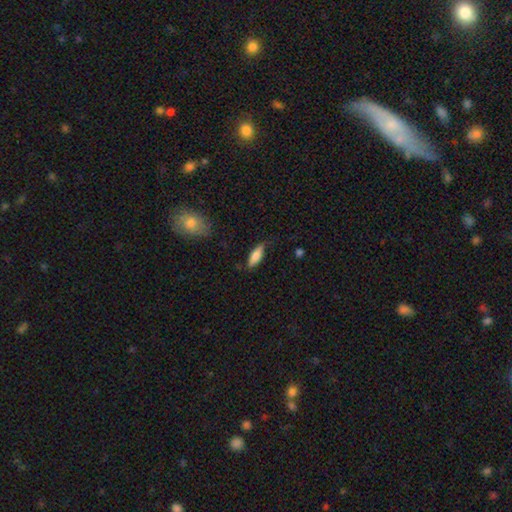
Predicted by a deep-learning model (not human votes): A smooth galaxy with no disk features (75%) that is in between round and cigar-shaped (56%).

Vote fractions:
- Smooth or featured? smooth: 75% / featured or disk: 19% / star or artifact: 6%
- How rounded? in between: 56% / cigar-shaped: 41% / round: 2%
- Merging? none: 73% / minor disturbance: 21% / major disturbance: 4% / merger: 2%